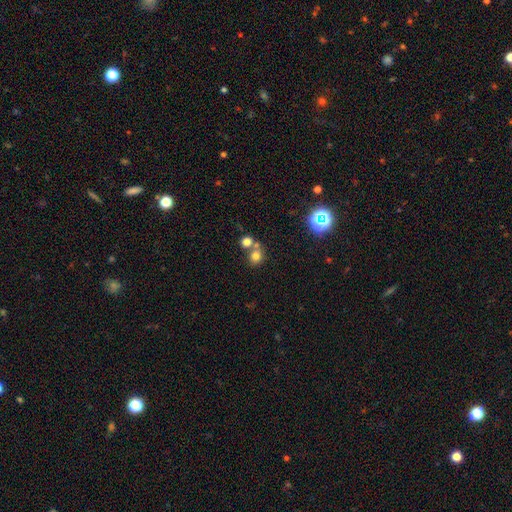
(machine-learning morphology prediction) This appears to be a smooth galaxy with no disk features (74%) that is round (78%). Merging: none (47%).